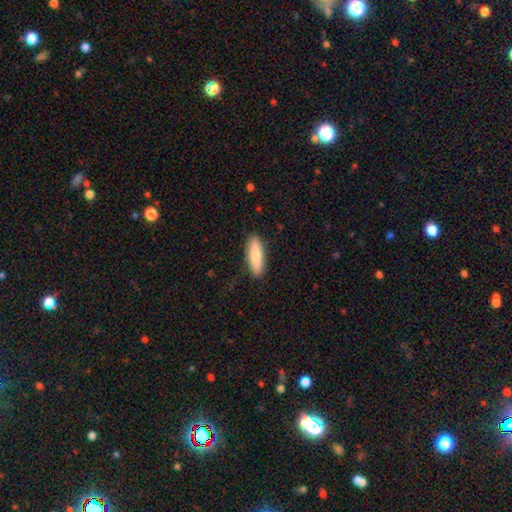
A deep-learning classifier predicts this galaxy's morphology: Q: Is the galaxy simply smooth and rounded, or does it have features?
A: smooth — 76%.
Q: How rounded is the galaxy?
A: in between — 49%, tied with cigar-shaped.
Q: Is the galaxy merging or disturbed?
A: none — 87%.